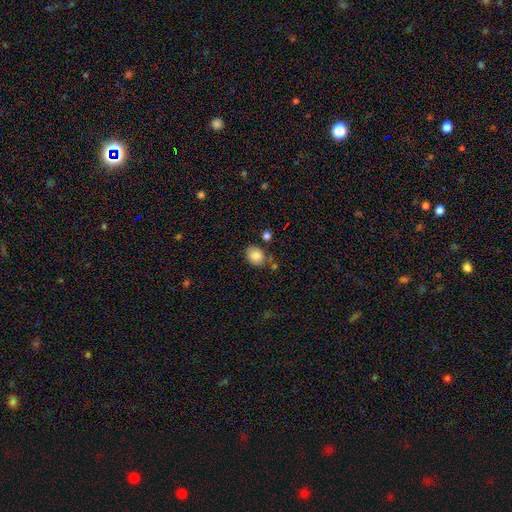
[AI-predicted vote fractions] smooth 85%, star or artifact 9%, featured or disk 7%. Down the decision tree: how rounded — round (55%); merging — none (73%).